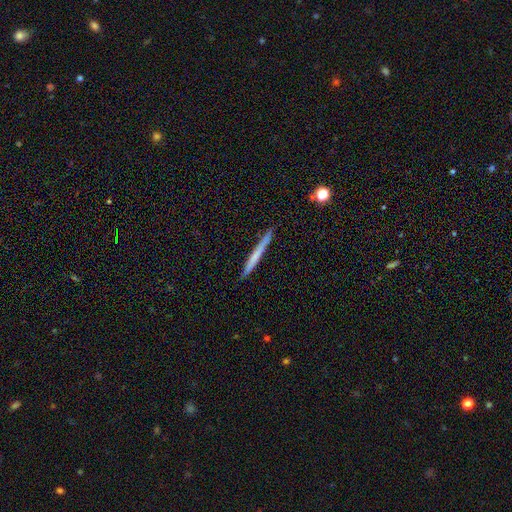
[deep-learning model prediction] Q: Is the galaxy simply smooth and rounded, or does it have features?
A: smooth — 58%.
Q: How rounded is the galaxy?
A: cigar-shaped — 97%.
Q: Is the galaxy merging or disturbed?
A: none — 90%.